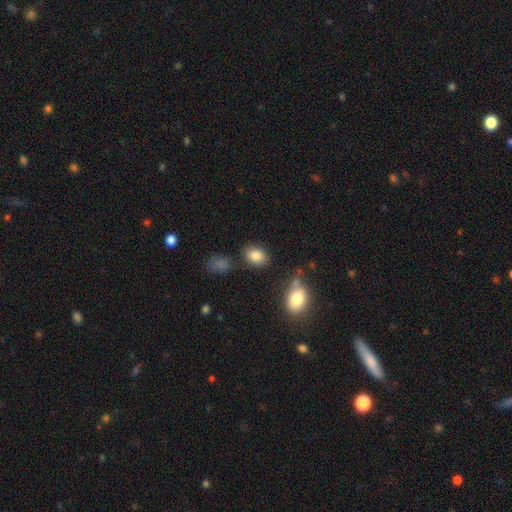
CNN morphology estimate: This appears to be a smooth galaxy with no disk features (85%) that is in between round and cigar-shaped (68%). Merging: none (79%).